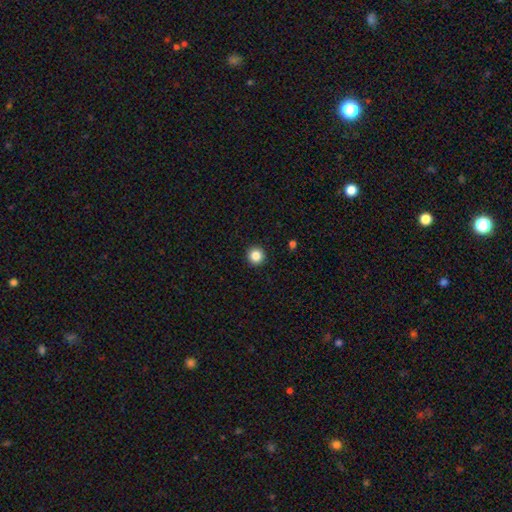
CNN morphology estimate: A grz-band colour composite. It shows a smooth galaxy with no disk features (86%) that is round (96%). Merging: none (94%).